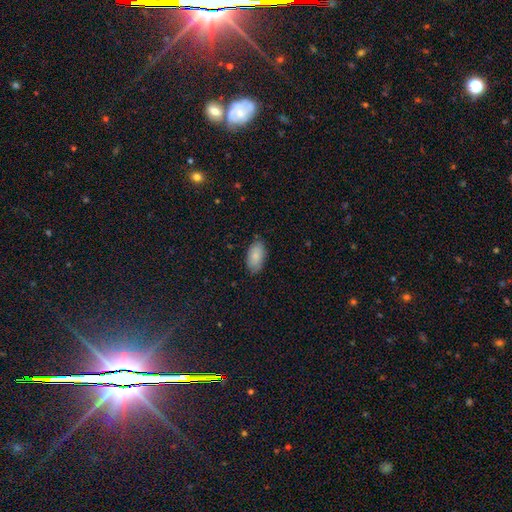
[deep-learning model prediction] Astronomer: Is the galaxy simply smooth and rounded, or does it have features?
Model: smooth — 83%.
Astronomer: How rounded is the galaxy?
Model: in between — 95%.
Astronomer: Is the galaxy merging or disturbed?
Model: none — 80%.